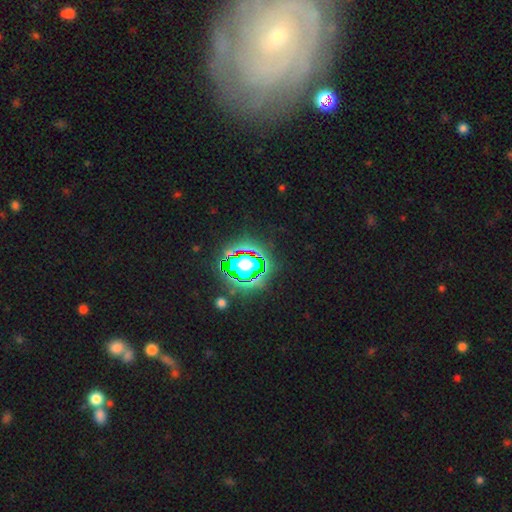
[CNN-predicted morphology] smooth-or-featured: star or artifact: 65% | smooth: 18% | featured or disk: 17%